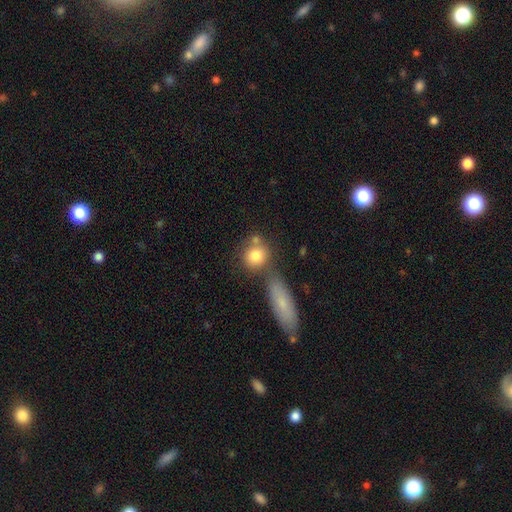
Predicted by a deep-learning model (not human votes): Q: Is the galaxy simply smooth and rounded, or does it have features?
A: smooth — 81%.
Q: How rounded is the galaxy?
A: round — 78%.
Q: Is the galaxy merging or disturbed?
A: none — 54%.